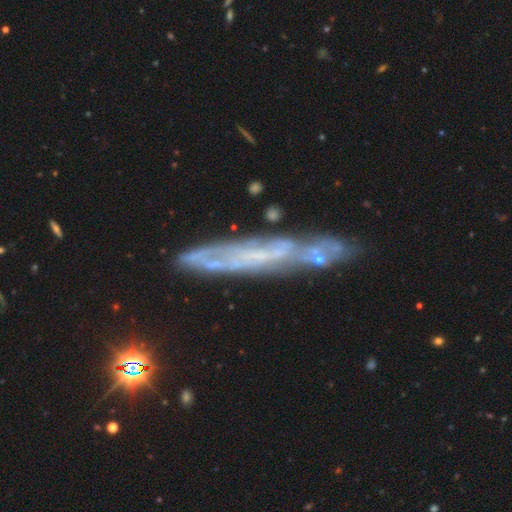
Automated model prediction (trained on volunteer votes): This is likely a featured or disk galaxy (65%). It is likely viewed edge-on (71%). Merging: likely none (72%).